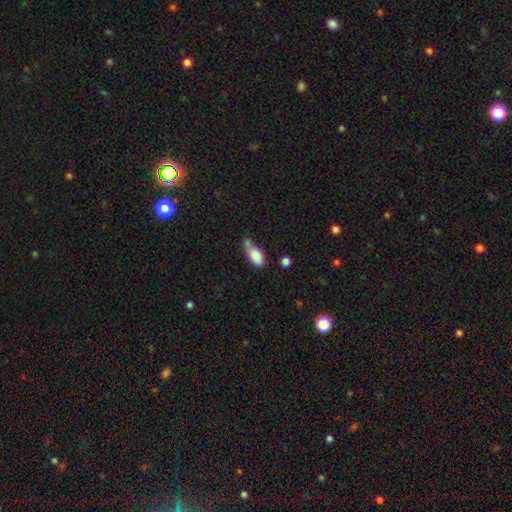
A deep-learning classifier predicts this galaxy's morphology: Smooth or featured: smooth — 83% (featured or disk — 9%)
How rounded: in between — 89% (round — 6%)
Merging: none — 31% (minor disturbance — 29%)